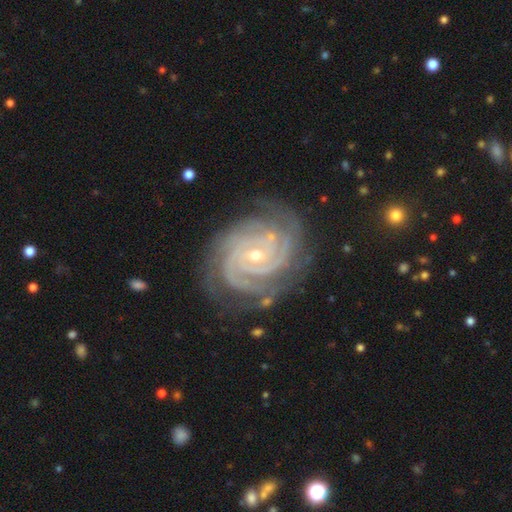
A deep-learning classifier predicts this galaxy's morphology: Smooth or featured: featured or disk — 92% (star or artifact — 5%)
Edge-on disk: no — 98% (yes — 2%)
Bar: no — 58% (weak — 31%)
Spiral arms: yes — 99% (no — 1%)
Spiral winding: tight — 81% (medium — 17%)
Spiral arm count: 3 — 30% (4 — 28%)
Bulge size: small — 61% (moderate — 37%)
Merging: none — 75% (minor disturbance — 18%)